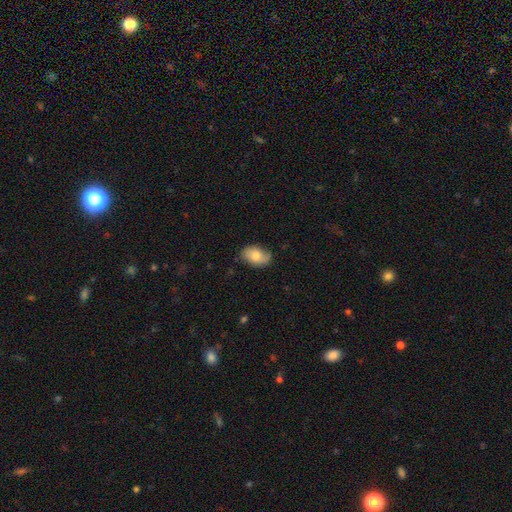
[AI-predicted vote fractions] Q: Smooth or featured?
A: smooth (69%); runner-up: featured or disk (23%)
Q: How rounded?
A: in between (89%); runner-up: round (9%)
Q: Merging?
A: none (70%); runner-up: minor disturbance (24%)